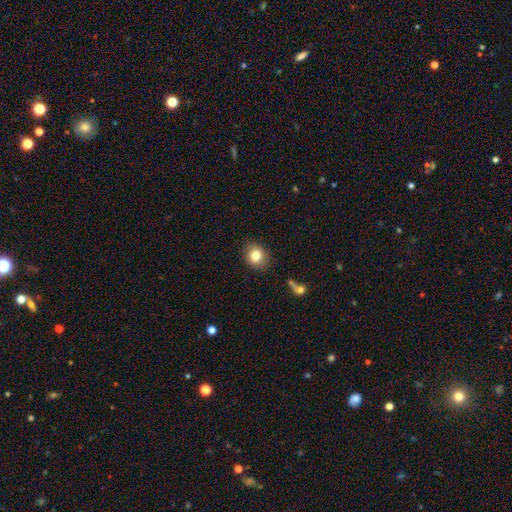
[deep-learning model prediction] The model was most divided on "how rounded": round: 62%, in between: 37%, cigar-shaped: 1%. More confident: merging — none (85%); smooth or featured — smooth (80%).